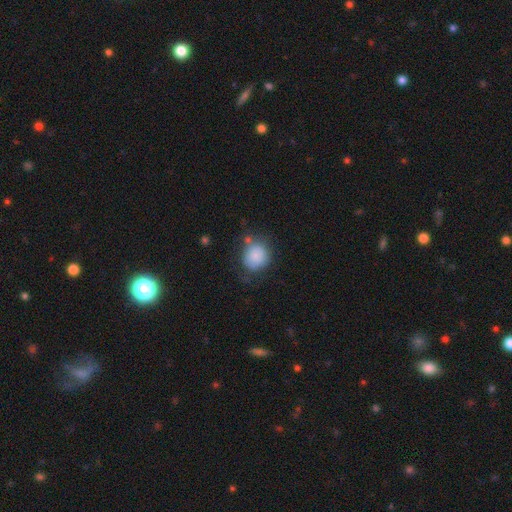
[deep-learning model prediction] Smooth or featured: smooth — 84% (featured or disk — 8%)
How rounded: round — 79% (in between — 20%)
Merging: none — 61% (minor disturbance — 23%)